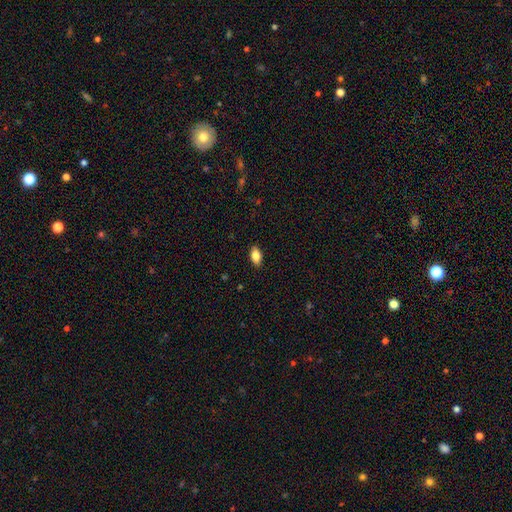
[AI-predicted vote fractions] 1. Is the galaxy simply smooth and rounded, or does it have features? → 81% smooth, 11% featured or disk, 8% star or artifact.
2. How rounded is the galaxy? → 89% in between, 6% cigar-shaped, 5% round.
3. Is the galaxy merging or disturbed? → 88% none, 9% minor disturbance, 2% major disturbance, 1% merger.